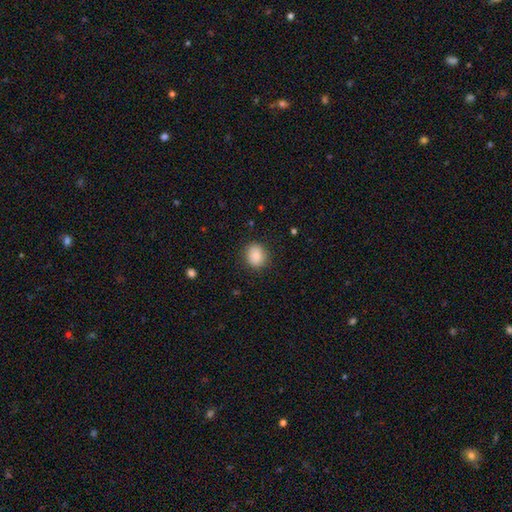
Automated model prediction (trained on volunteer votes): Smooth or featured?
  - smooth: 86% *
  - star or artifact: 9%
  - featured or disk: 6%
How rounded?
  - round: 69% *
  - in between: 30%
  - cigar-shaped: 1%
Merging?
  - none: 87% *
  - minor disturbance: 9%
  - major disturbance: 3%
  - merger: 1%